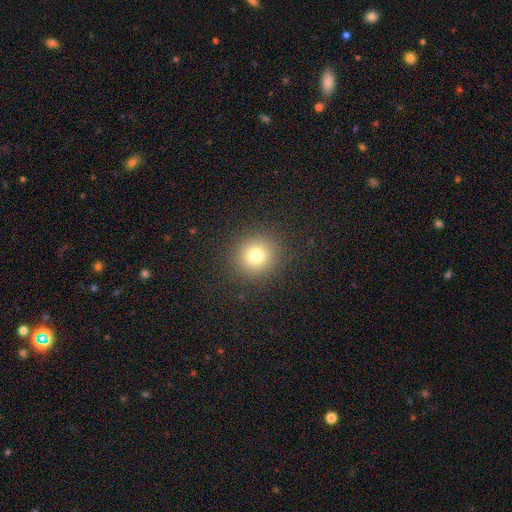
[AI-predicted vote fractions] Q: Smooth or featured?
A: smooth (77%); runner-up: star or artifact (15%)
Q: How rounded?
A: round (92%); runner-up: in between (7%)
Q: Merging?
A: none (90%); runner-up: minor disturbance (6%)